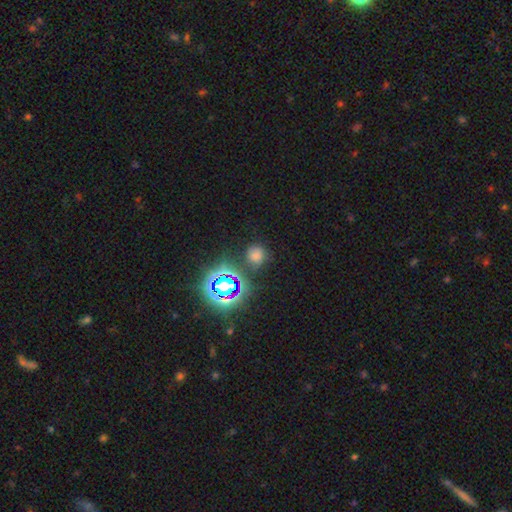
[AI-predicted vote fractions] Smooth or featured? smooth (60%)
How rounded? round (82%)
Merging? none (77%)